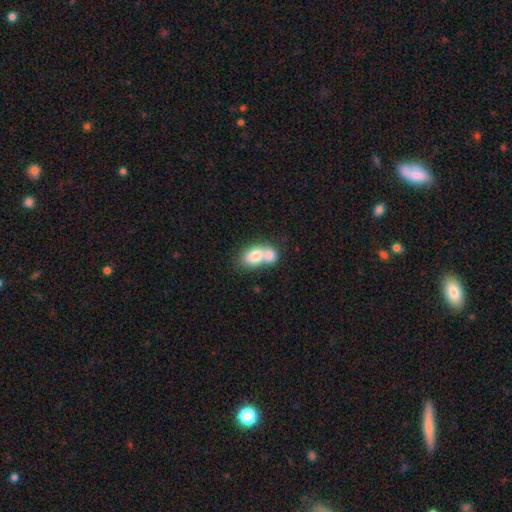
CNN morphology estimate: Smooth or featured: smooth — 75% (featured or disk — 18%)
How rounded: in between — 80% (round — 18%)
Merging: merger — 68% (none — 21%)